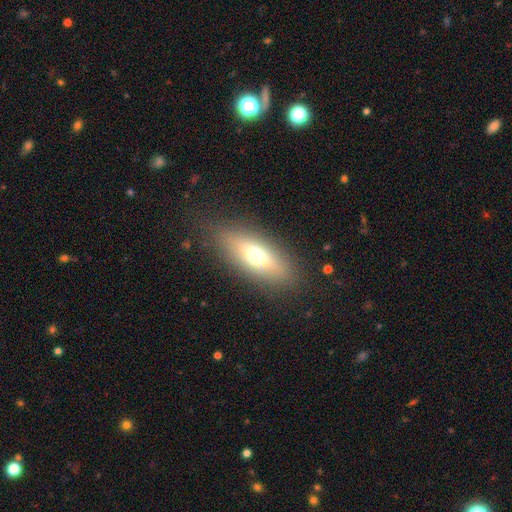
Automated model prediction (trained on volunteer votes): The model was most divided on "smooth or featured": smooth: 59%, featured or disk: 31%, star or artifact: 10%. More confident: merging — none (84%); how rounded — in between (68%).